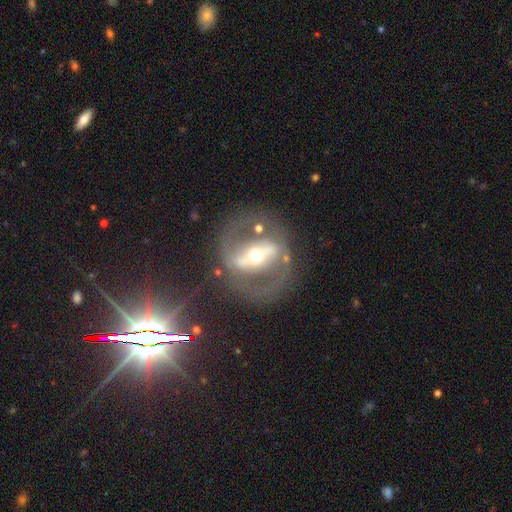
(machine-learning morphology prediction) type=featured or disk (83%); edge-on=no (93%); bar=strong (66%); spiral arms=yes (69%); winding=medium (52%); arm count=2 (86%); bulge=moderate (60%); merging=none (73%).